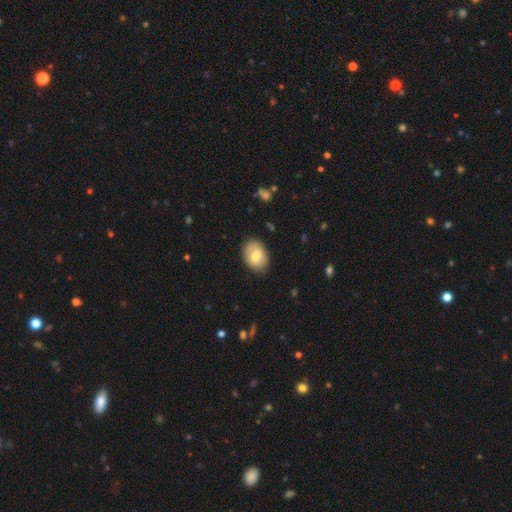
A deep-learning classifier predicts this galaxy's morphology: This is likely a smooth galaxy (76%). How rounded: likely in between (78%). Merging: clearly none (81%).